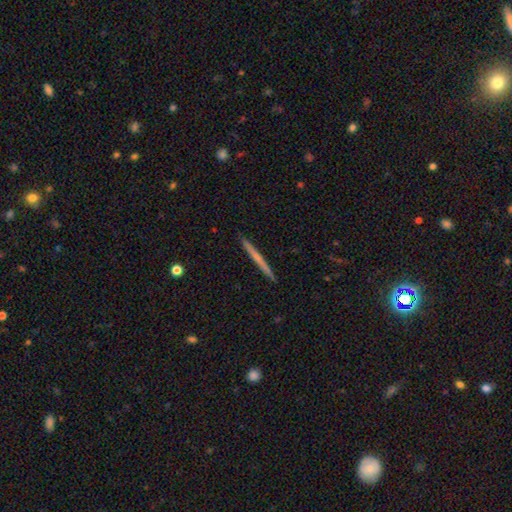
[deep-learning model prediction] smooth_or_featured: smooth (p=0.49) [alt: featured or disk p=0.46]
merging: none (p=0.93) [alt: minor disturbance p=0.05]